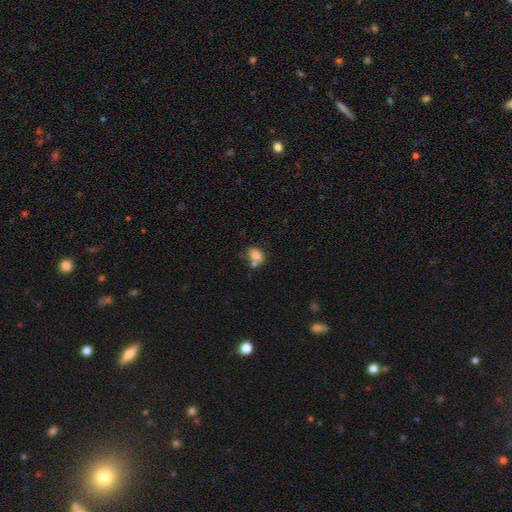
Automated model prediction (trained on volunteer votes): This is likely a smooth galaxy (78%). How rounded: likely in between (71%). Merging: possibly none (47%).